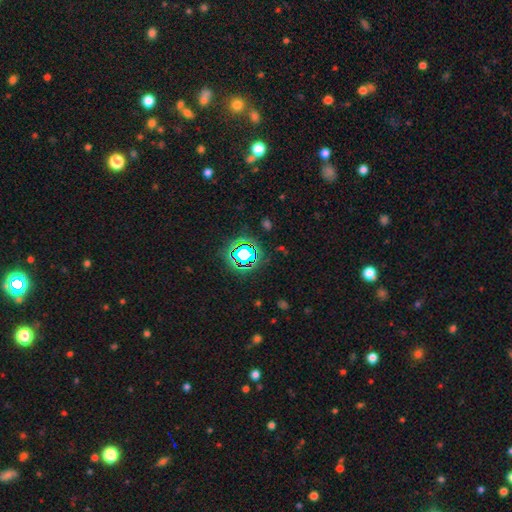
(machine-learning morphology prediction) type=star or artifact (76%).